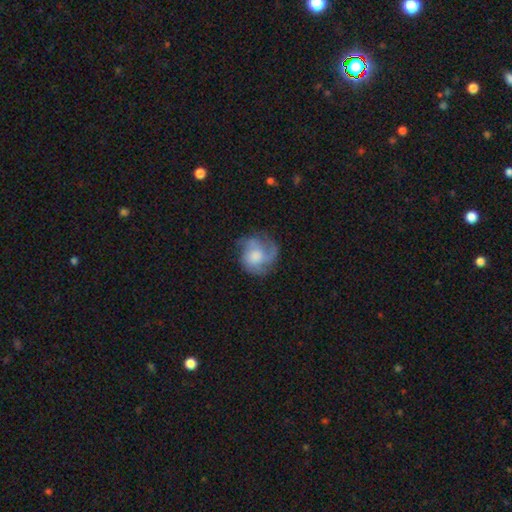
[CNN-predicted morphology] type=featured or disk (57%); edge-on=no (98%); bar=no (76%); spiral arms=yes (82%); bulge=moderate (43%); merging=none (56%).